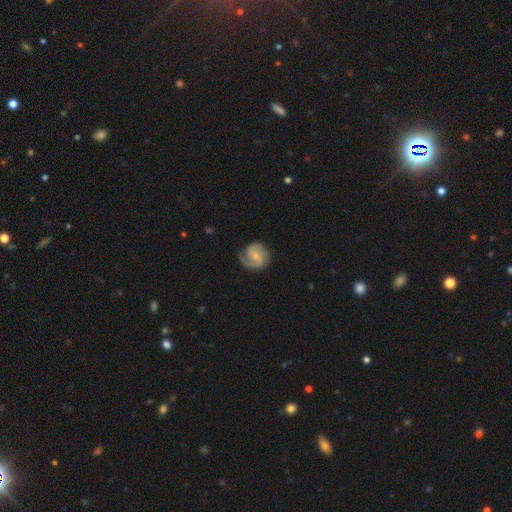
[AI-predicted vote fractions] Smooth or featured: featured or disk — 77% (smooth — 18%)
Edge-on disk: no — 98% (yes — 2%)
Bar: weak — 53% (no — 30%)
Spiral arms: yes — 95% (no — 5%)
Spiral winding: medium — 46% (tight — 33%)
Spiral arm count: 2 — 67% (1 — 21%)
Bulge size: small — 60% (moderate — 30%)
Merging: none — 70% (minor disturbance — 19%)